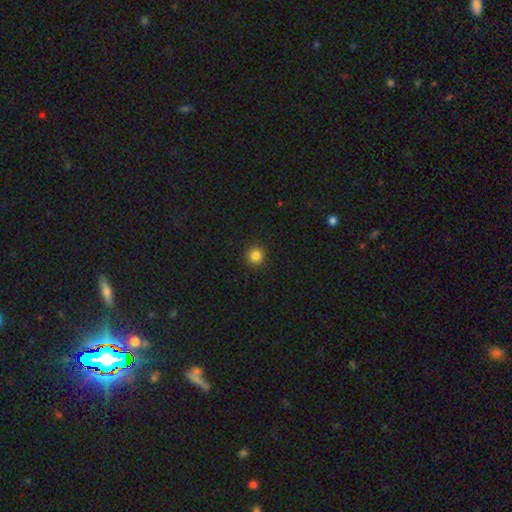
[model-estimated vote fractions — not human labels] This is clearly a smooth galaxy (85%). How rounded: clearly round (94%). Merging: clearly none (93%).